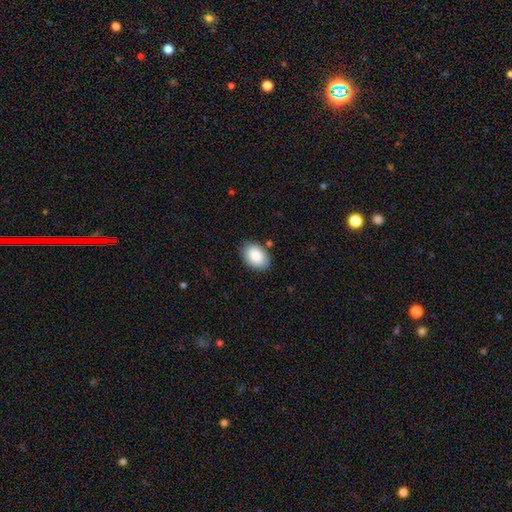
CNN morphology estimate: This is clearly a smooth galaxy (86%). How rounded: clearly in between (87%). Merging: clearly none (84%).